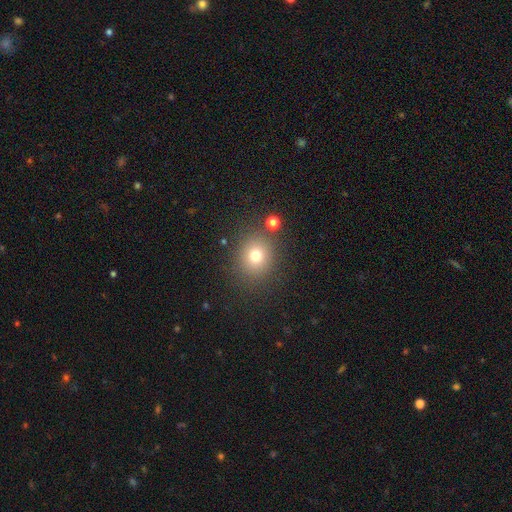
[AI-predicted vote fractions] Smooth or featured? Predicted: smooth (p=0.75). How rounded? Predicted: round (p=0.80). Merging? Predicted: none (p=0.83).